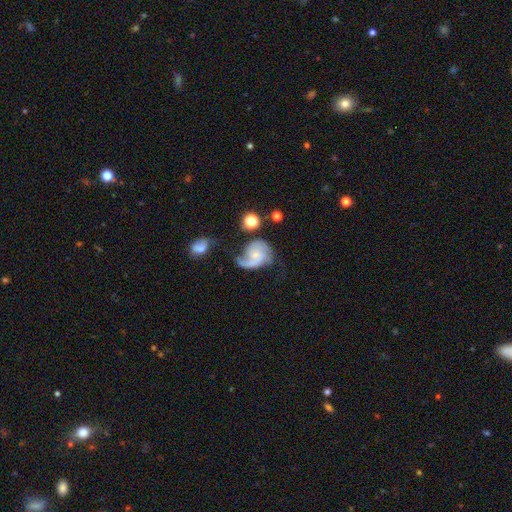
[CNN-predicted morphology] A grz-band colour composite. It shows a featured or disk galaxy (75%) with no bar (65%), 2 (59%) medium (42%) spiral arms (93%) and a small central bulge (52%). Merging: none (39%).